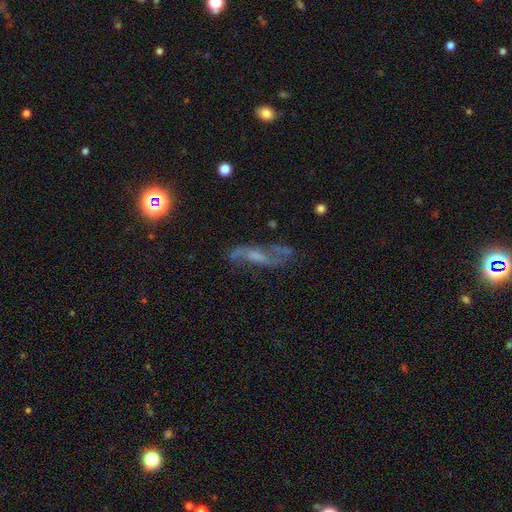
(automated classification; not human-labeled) A featured or disk galaxy (70%) with a weak bar (42%), spiral arms (87%) and a small central bulge (36%).

Vote fractions:
- Smooth or featured? featured or disk: 70% / star or artifact: 16% / smooth: 15%
- Edge-on disk? no: 82% / yes: 18%
- Bar? weak: 42% / no: 40% / strong: 17%
- Spiral arms? yes: 87% / no: 13%
- Bulge size? small: 36% / moderate: 31% / none: 26% / large: 6% / dominant: 2%
- Merging? none: 63% / minor disturbance: 19% / major disturbance: 13% / merger: 4%